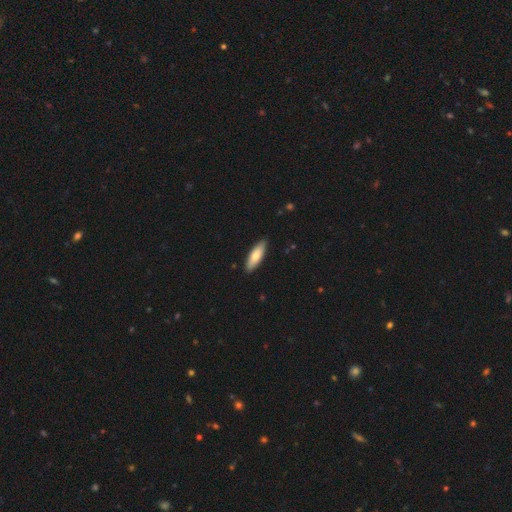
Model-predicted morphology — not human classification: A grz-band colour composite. It shows a smooth galaxy with no disk features (77%) that is in between round and cigar-shaped (50%). Merging: none (89%).